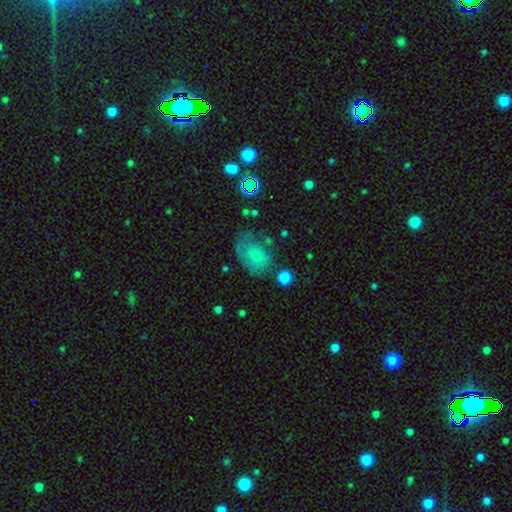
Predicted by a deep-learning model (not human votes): smooth 65%, featured or disk 23%, star or artifact 12%. Down the decision tree: how rounded — in between (74%); merging — none (46%).